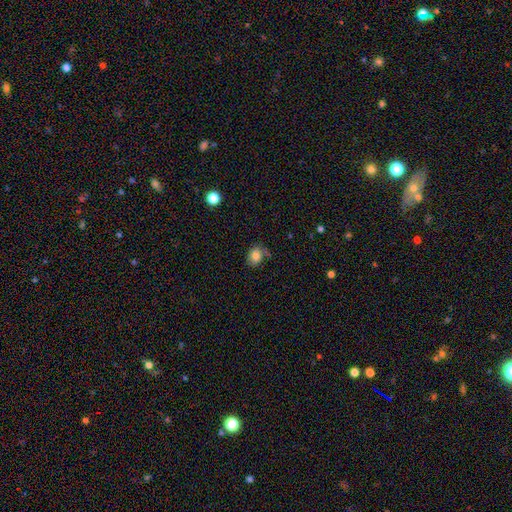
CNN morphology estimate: smooth_or_featured: smooth (p=0.81) [alt: star or artifact p=0.10]
how_rounded: in between (p=0.50) [alt: round p=0.49]
merging: none (p=0.60) [alt: minor disturbance p=0.25]